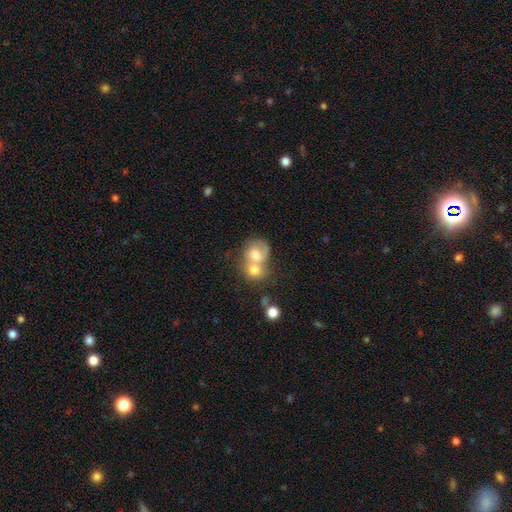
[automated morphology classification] Q: Smooth or featured?
A: smooth (56%); runner-up: featured or disk (35%)
Q: How rounded?
A: round (61%); runner-up: in between (38%)
Q: Merging?
A: merger (73%); runner-up: none (15%)